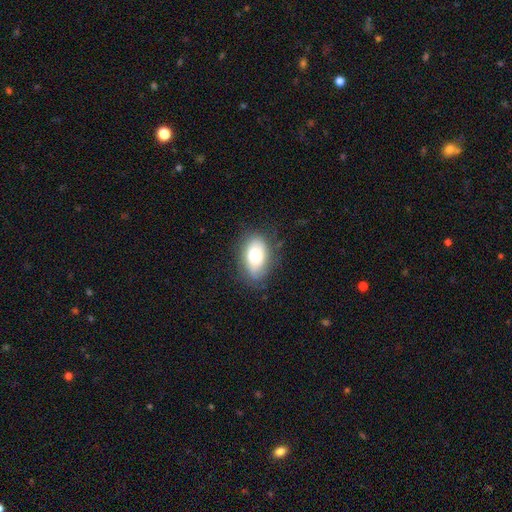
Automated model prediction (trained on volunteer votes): Smooth or featured? Predicted: smooth (p=0.71). How rounded? Predicted: in between (p=0.91). Merging? Predicted: none (p=0.74).